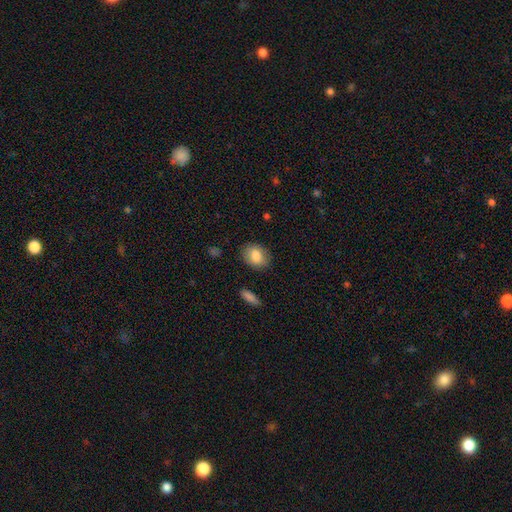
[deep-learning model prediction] Smooth or featured? Predicted: smooth (p=0.83). How rounded? Predicted: in between (p=0.62). Merging? Predicted: none (p=0.83).